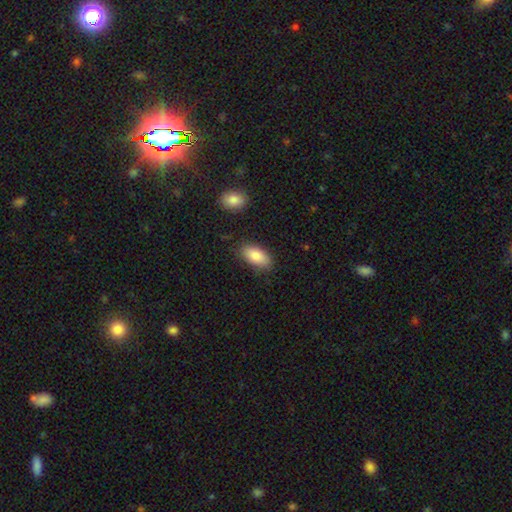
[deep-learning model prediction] Smooth or featured? smooth (85%)
How rounded? in between (92%)
Merging? none (81%)